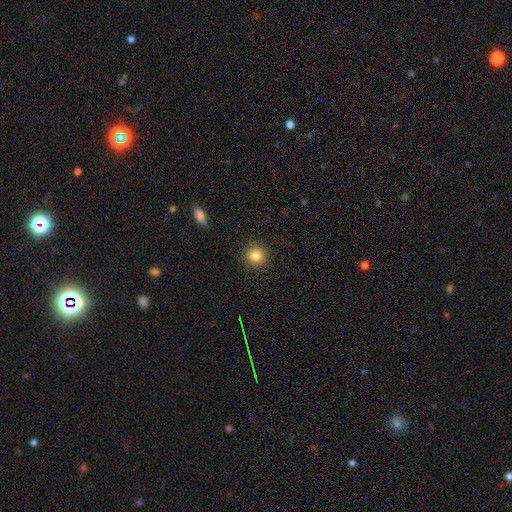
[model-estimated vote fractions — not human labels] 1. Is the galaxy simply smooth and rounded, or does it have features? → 84% smooth, 11% star or artifact, 5% featured or disk.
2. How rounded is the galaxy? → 94% round, 5% in between, 1% cigar-shaped.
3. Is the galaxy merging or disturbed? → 92% none, 5% minor disturbance, 2% major disturbance, 1% merger.